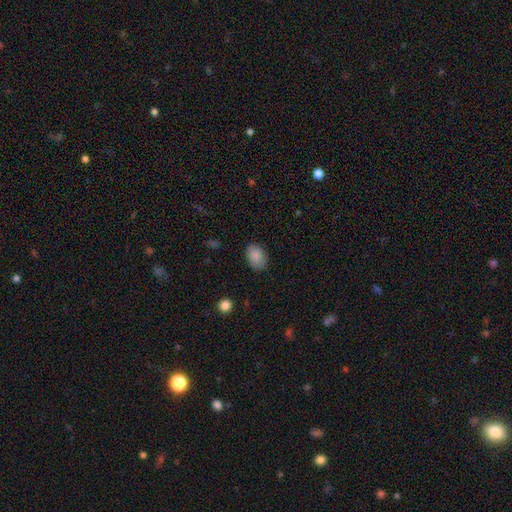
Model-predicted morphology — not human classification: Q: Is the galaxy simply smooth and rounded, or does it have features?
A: smooth — 87%.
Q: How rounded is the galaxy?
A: in between — 82%.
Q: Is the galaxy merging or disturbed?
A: none — 84%.